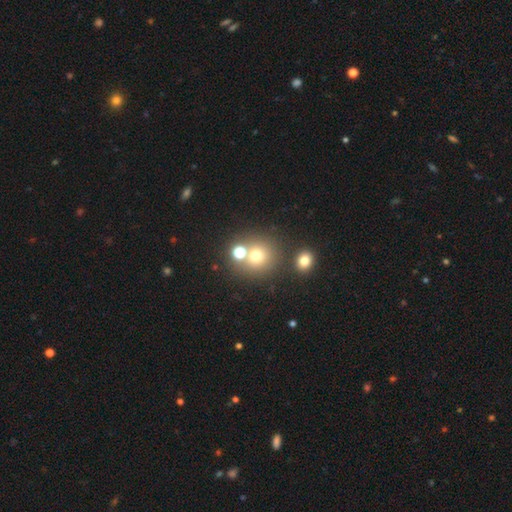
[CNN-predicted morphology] The model was most divided on "merging": none: 65%, merger: 23%, minor disturbance: 8%, major disturbance: 4%. More confident: how rounded — round (89%); smooth or featured — smooth (69%).